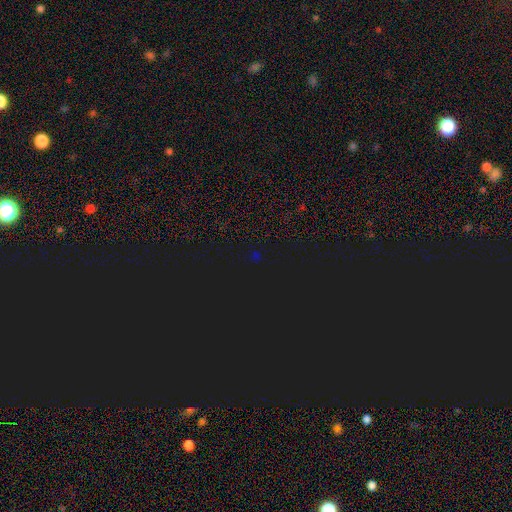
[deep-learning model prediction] The model was most divided on "smooth or featured": star or artifact: 78%, smooth: 16%, featured or disk: 6%.